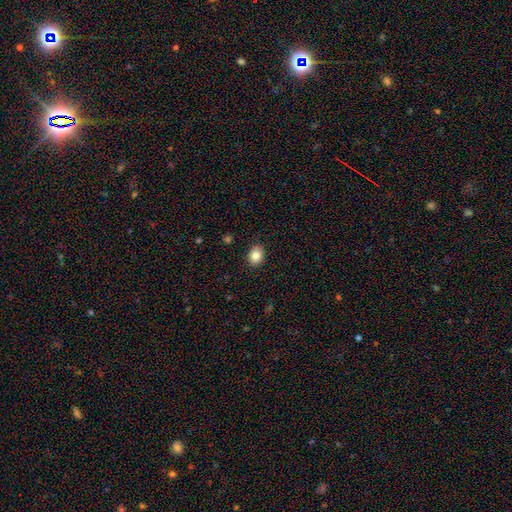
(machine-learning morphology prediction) Smooth or featured?
  - smooth: 85% *
  - star or artifact: 9%
  - featured or disk: 6%
How rounded?
  - in between: 57% *
  - round: 42%
  - cigar-shaped: 1%
Merging?
  - none: 88% *
  - minor disturbance: 9%
  - major disturbance: 2%
  - merger: 1%